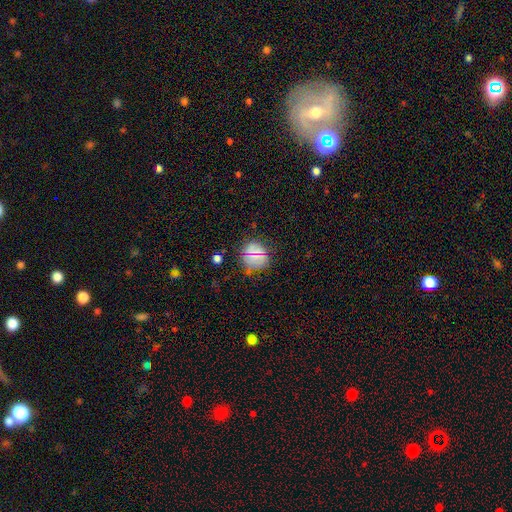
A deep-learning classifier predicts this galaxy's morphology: A smooth galaxy with no disk features (66%) that is round (88%). Merging: none (82%).